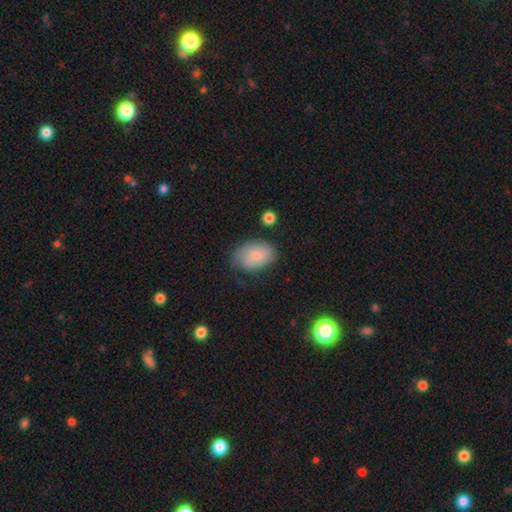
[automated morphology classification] type=smooth (71%); roundness=in between (85%); merging=none (56%).